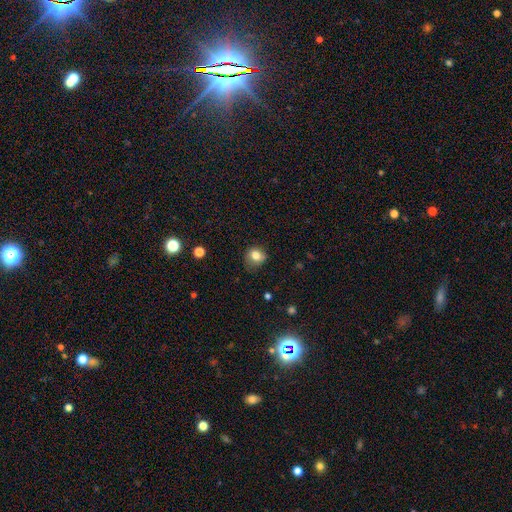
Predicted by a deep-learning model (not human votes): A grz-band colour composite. It shows a smooth galaxy with no disk features (80%) that is round (74%). Merging: none (68%).